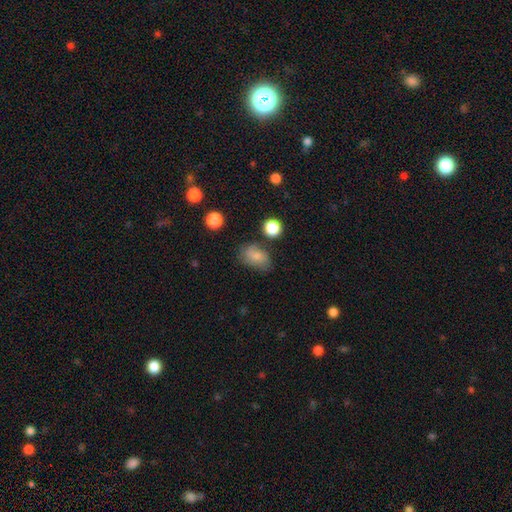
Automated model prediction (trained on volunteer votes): Q: Smooth or featured?
A: smooth (74%); runner-up: featured or disk (15%)
Q: How rounded?
A: in between (79%); runner-up: round (19%)
Q: Merging?
A: none (59%); runner-up: minor disturbance (26%)